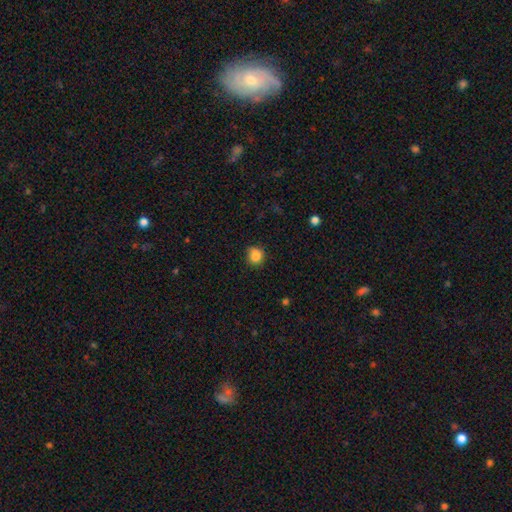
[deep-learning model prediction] Morphology: type=smooth (84%); roundness=round (82%); merging=none (73%).